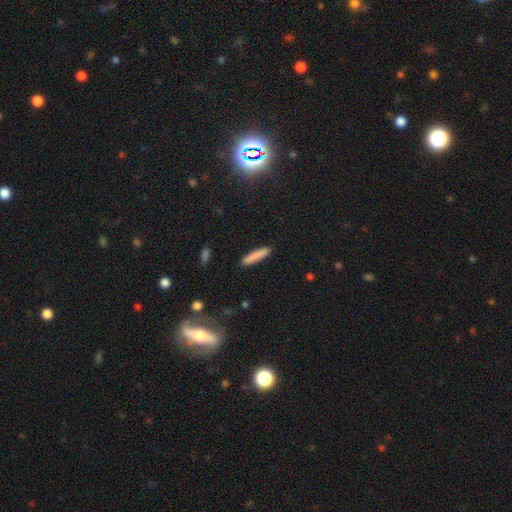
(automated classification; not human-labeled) Overall: smooth (86%). How rounded: cigar-shaped (87%). Merging: none (90%).